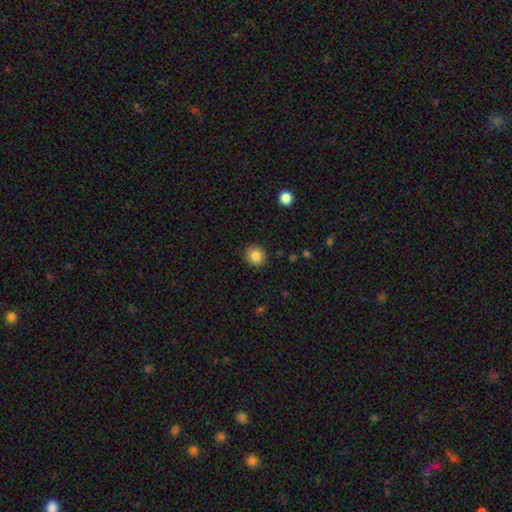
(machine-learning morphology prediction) Smooth or featured? Predicted: smooth (p=0.84). How rounded? Predicted: round (p=0.87). Merging? Predicted: none (p=0.90).